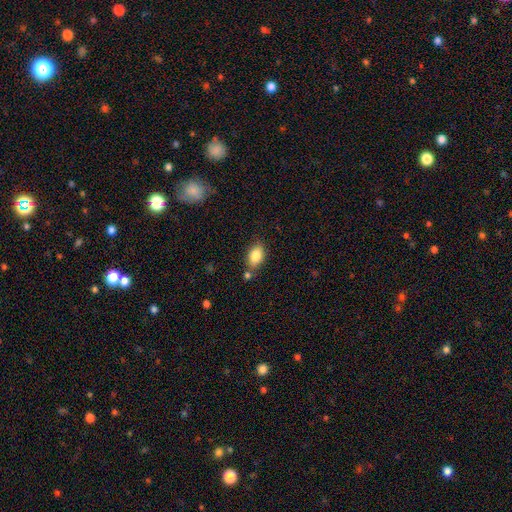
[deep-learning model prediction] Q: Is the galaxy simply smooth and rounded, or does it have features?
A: smooth — 83%.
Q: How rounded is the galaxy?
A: in between — 87%.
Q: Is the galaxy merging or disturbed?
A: none — 71%.